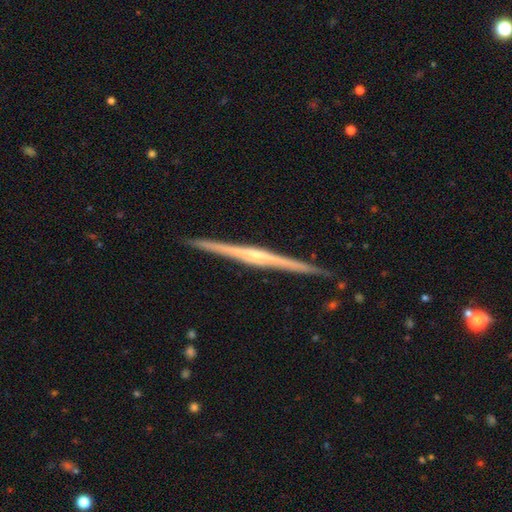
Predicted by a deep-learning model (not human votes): A featured or disk galaxy (83%) viewed edge-on (99%) with a rounded central bulge (59%). Merging: none (91%).